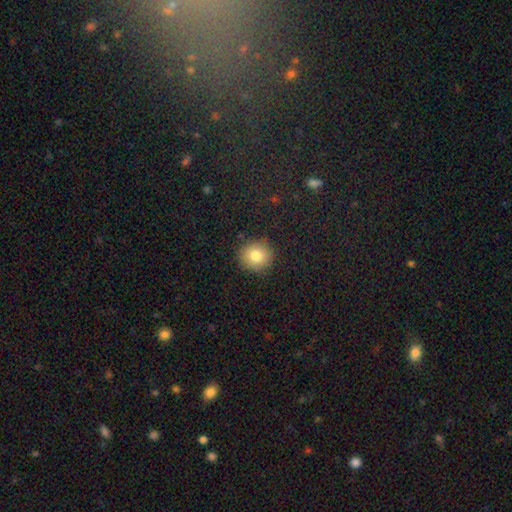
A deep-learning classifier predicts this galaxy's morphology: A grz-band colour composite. It shows a smooth galaxy with no disk features (80%) that is round (91%). Merging: none (89%).